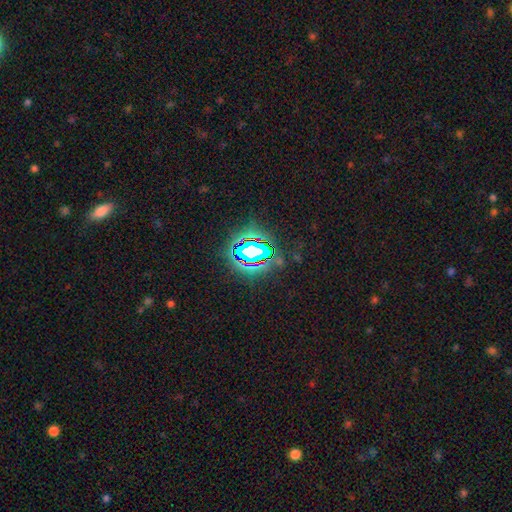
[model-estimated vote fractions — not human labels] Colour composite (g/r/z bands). It shows a star or artifact, not a galaxy (76%).